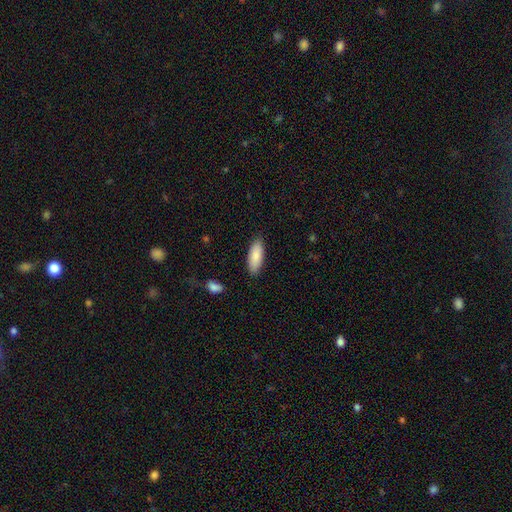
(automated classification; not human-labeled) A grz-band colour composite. It shows a smooth galaxy with no disk features (86%) that is in between round and cigar-shaped (75%). Merging: none (87%).